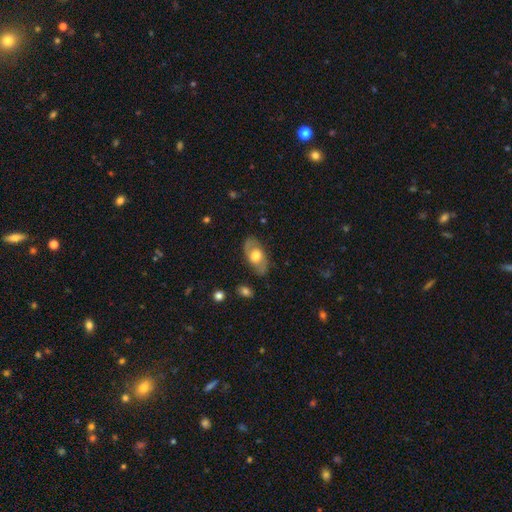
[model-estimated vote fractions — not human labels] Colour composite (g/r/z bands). It shows a featured or disk galaxy (52%). Merging: none (78%).